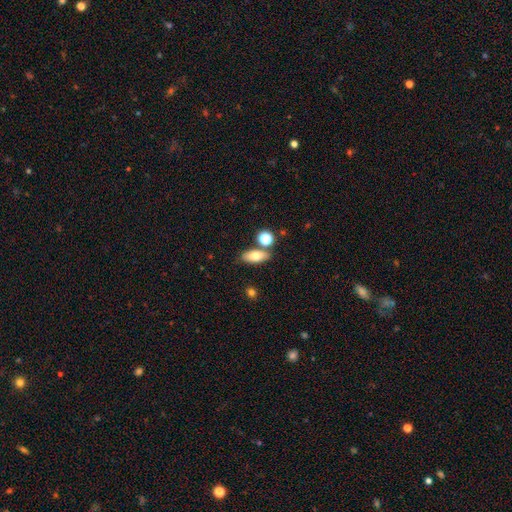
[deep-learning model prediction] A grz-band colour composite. It shows a smooth galaxy with no disk features (74%) that is in between round and cigar-shaped (78%). Merging: none (73%).